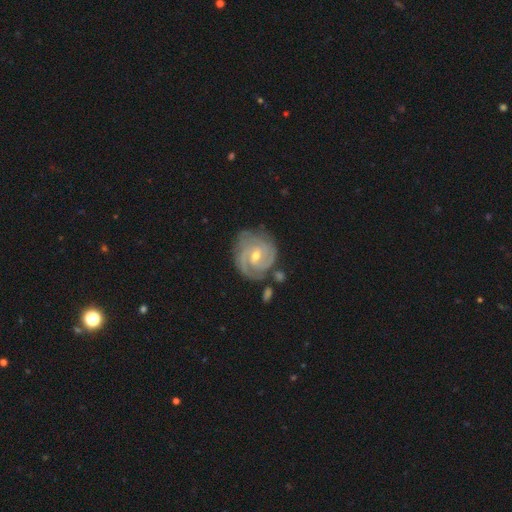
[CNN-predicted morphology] Smooth or featured?
  - featured or disk: 90% *
  - smooth: 6%
  - star or artifact: 4%
Edge-on disk?
  - no: 98% *
  - yes: 2%
Bar?
  - weak: 48% *
  - no: 40%
  - strong: 13%
Spiral arms?
  - yes: 98% *
  - no: 2%
Spiral winding?
  - tight: 74% *
  - medium: 23%
  - loose: 4%
Spiral arm count?
  - 3: 35% *
  - 2: 32%
  - can't tell: 14%
  - 4: 9%
  - 1: 5%
  - more than 4: 5%
Bulge size?
  - moderate: 55% *
  - small: 43%
  - large: 1%
  - none: 1%
  - dominant: 1%
Merging?
  - none: 71% *
  - minor disturbance: 18%
  - merger: 6%
  - major disturbance: 5%